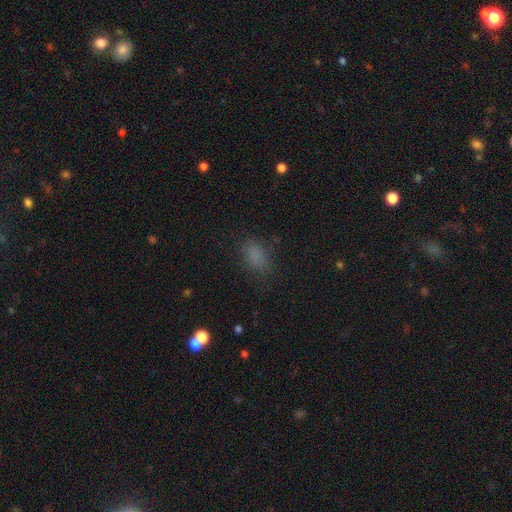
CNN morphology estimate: A smooth galaxy with no disk features (79%) that is in between round and cigar-shaped (82%).

Vote fractions:
- Smooth or featured? smooth: 79% / star or artifact: 15% / featured or disk: 6%
- How rounded? in between: 82% / round: 16% / cigar-shaped: 2%
- Merging? none: 76% / minor disturbance: 16% / major disturbance: 7% / merger: 1%